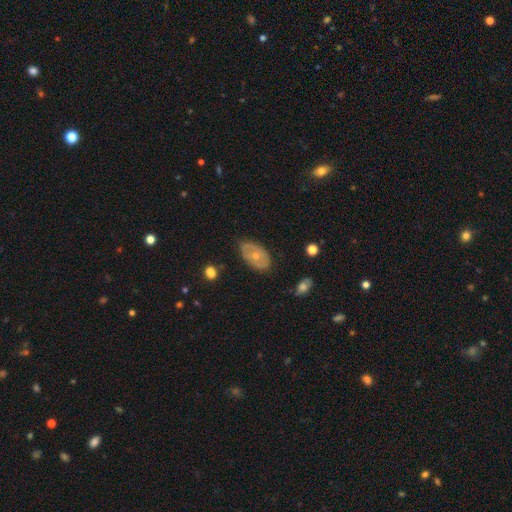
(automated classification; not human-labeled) featured or disk 53%, smooth 39%, star or artifact 7%. Down the decision tree: edge-on disk — no (92%); merging — none (71%).